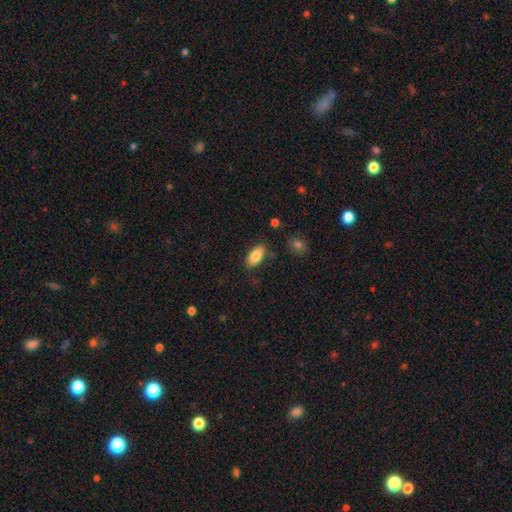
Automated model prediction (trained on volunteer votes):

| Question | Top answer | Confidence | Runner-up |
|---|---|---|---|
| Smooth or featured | smooth | 84% | featured or disk (9%) |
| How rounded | in between | 91% | cigar-shaped (6%) |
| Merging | none | 81% | minor disturbance (13%) |